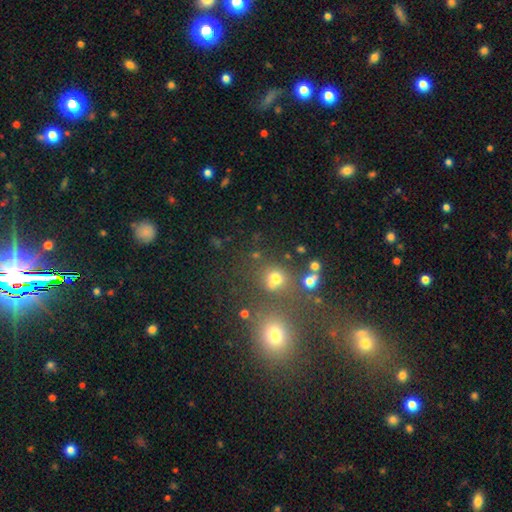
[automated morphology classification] smooth_or_featured: smooth (p=0.60) [alt: star or artifact p=0.31]
how_rounded: round (p=0.83) [alt: in between p=0.15]
merging: none (p=0.68) [alt: merger p=0.18]